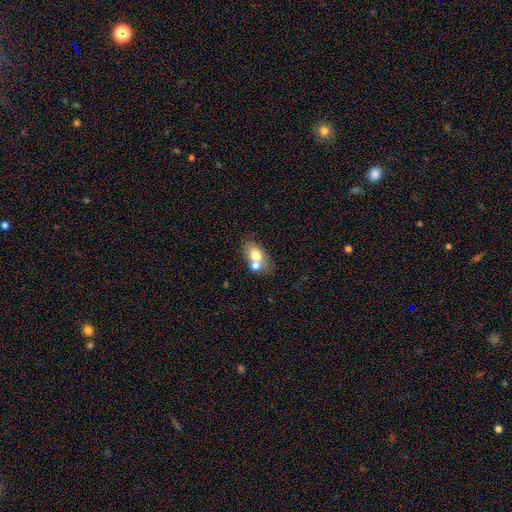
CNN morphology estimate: Smooth or featured? Predicted: smooth (p=0.69). How rounded? Predicted: in between (p=0.75). Merging? Predicted: merger (p=0.49).